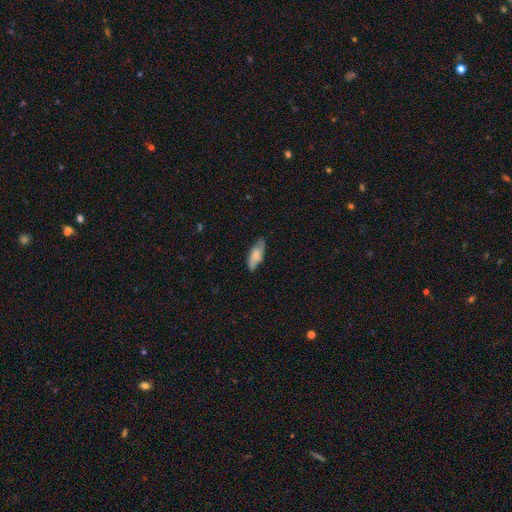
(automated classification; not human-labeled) Smooth or featured? Predicted: smooth (p=0.69). How rounded? Predicted: in between (p=0.70). Merging? Predicted: none (p=0.76).